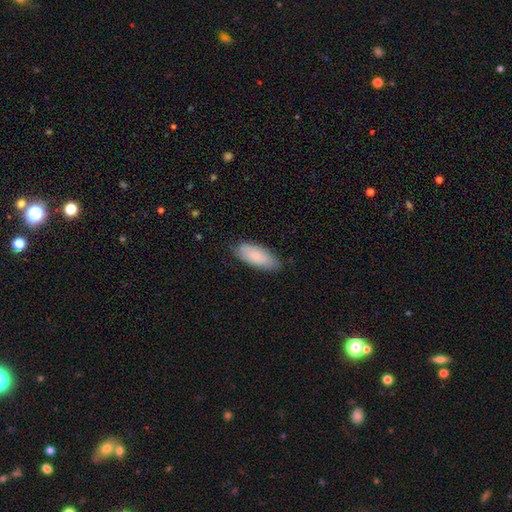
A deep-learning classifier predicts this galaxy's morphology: Smooth or featured: smooth — 78% (featured or disk — 16%)
How rounded: in between — 84% (cigar-shaped — 14%)
Merging: none — 78% (minor disturbance — 18%)